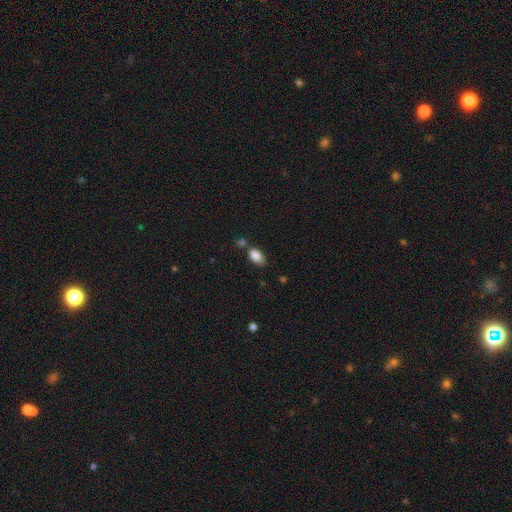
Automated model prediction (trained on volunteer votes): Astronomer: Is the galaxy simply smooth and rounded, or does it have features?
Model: smooth — 86%.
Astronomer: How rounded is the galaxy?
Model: in between — 90%.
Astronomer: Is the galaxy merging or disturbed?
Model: none — 62%.